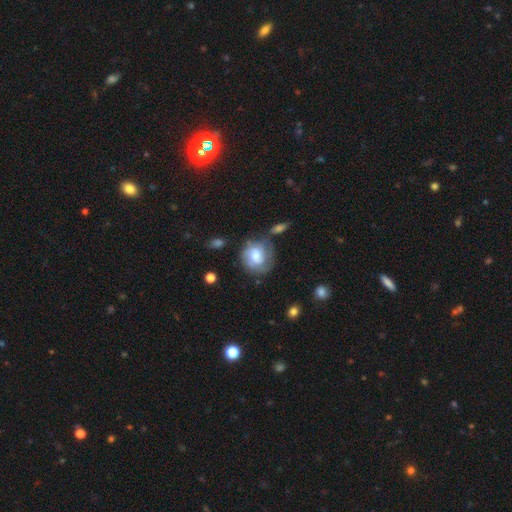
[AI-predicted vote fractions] Q: Smooth or featured?
A: featured or disk (52%); runner-up: smooth (41%)
Q: Edge-on disk?
A: no (97%); runner-up: yes (3%)
Q: Bar?
A: no (53%); runner-up: weak (40%)
Q: Spiral arms?
A: yes (81%); runner-up: no (19%)
Q: Bulge size?
A: moderate (51%); runner-up: large (23%)
Q: Merging?
A: none (59%); runner-up: minor disturbance (23%)